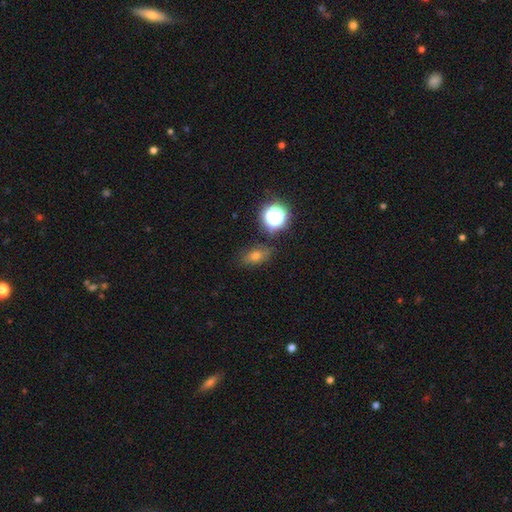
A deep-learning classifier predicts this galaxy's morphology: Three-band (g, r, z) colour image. It shows a smooth galaxy with no disk features (59%) that is in between round and cigar-shaped (71%). Merging: none (79%).